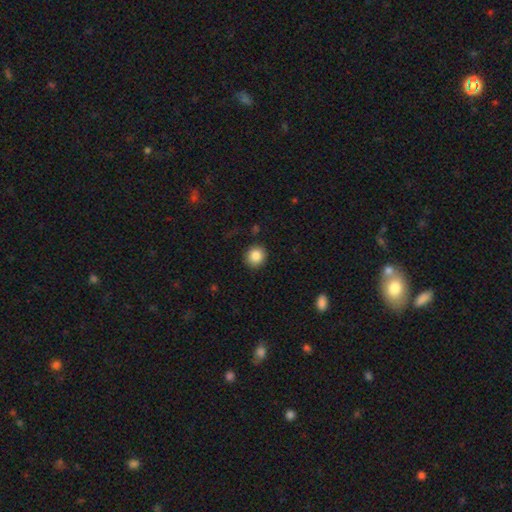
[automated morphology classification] Smooth or featured? smooth (86%)
How rounded? round (90%)
Merging? none (90%)